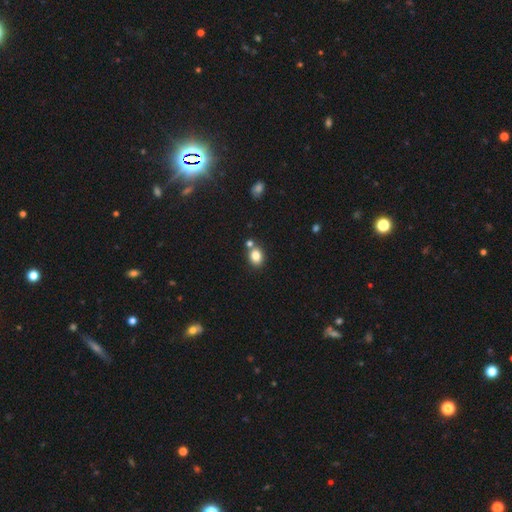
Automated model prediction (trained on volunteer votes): smooth 83%, star or artifact 10%, featured or disk 7%. Down the decision tree: how rounded — round (50%); merging — none (68%).